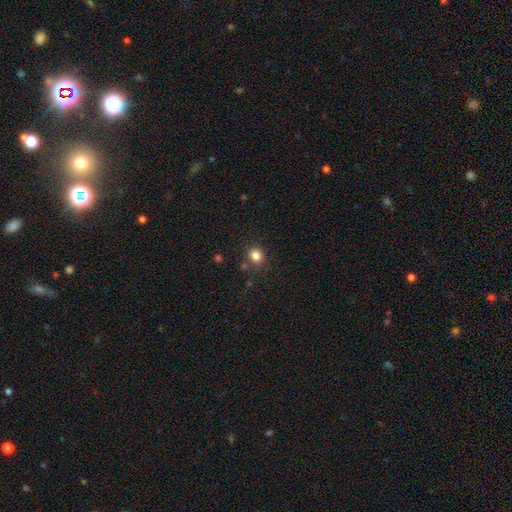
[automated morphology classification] Smooth or featured? Predicted: smooth (p=0.83). How rounded? Predicted: round (p=0.80). Merging? Predicted: none (p=0.82).